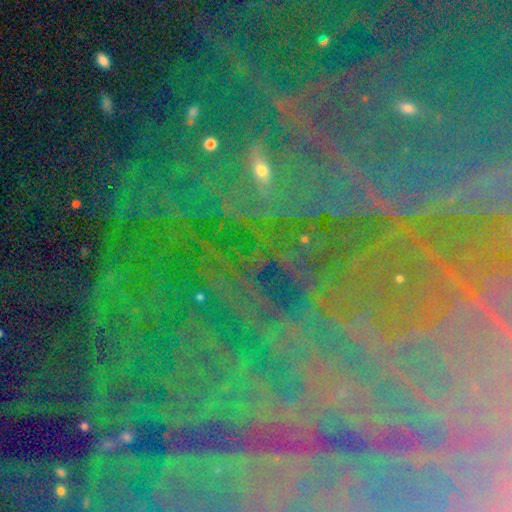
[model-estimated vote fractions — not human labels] Q: Smooth or featured?
A: star or artifact (86%); runner-up: featured or disk (8%)